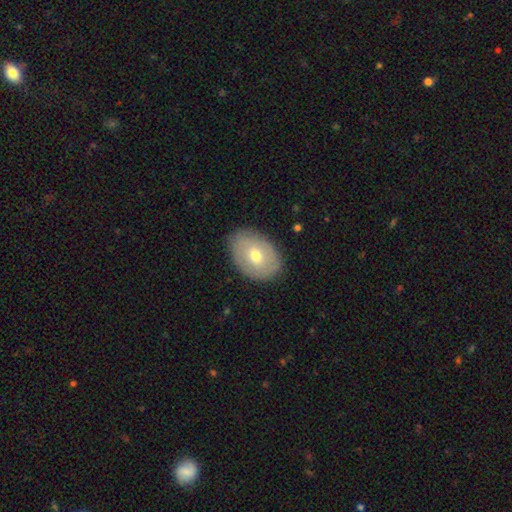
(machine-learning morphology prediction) smooth_or_featured: smooth (p=0.54) [alt: featured or disk p=0.40]
how_rounded: in between (p=0.79) [alt: round p=0.19]
merging: none (p=0.84) [alt: minor disturbance p=0.13]